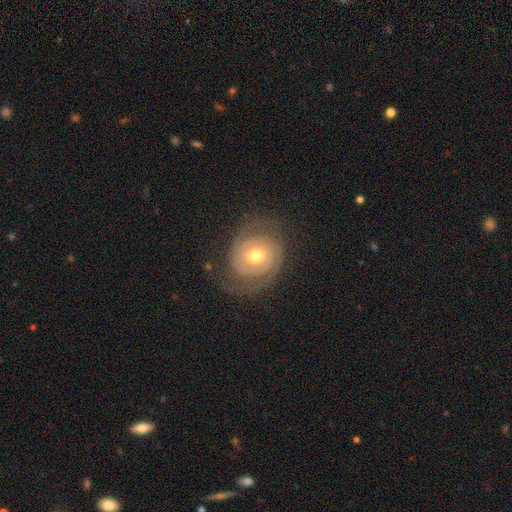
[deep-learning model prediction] A featured or disk galaxy (85%) with no bar (66%), 2 (77%) tight (68%) spiral arms (94%) and a moderate central bulge (74%). Merging: none (76%).